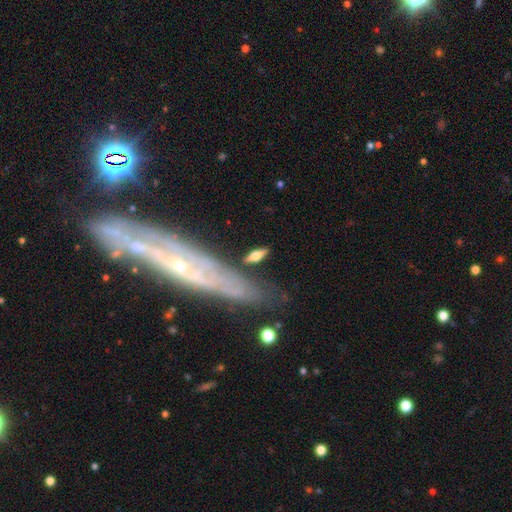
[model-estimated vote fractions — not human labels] A smooth galaxy with no disk features (59%) that is in between round and cigar-shaped (65%).

Vote fractions:
- Smooth or featured? smooth: 59% / featured or disk: 34% / star or artifact: 7%
- How rounded? in between: 65% / cigar-shaped: 30% / round: 5%
- Merging? none: 74% / minor disturbance: 15% / merger: 6% / major disturbance: 6%